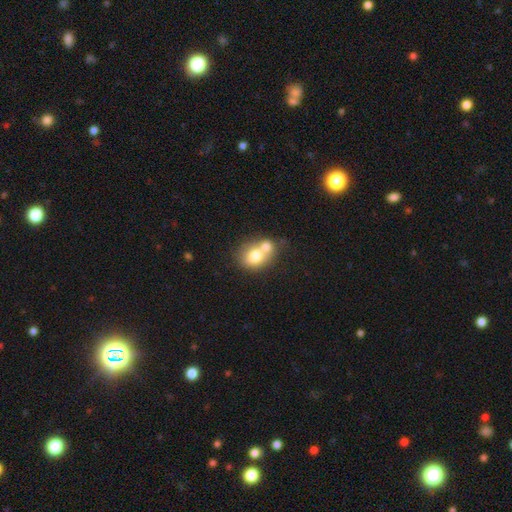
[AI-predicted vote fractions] smooth 72%, featured or disk 19%, star or artifact 9%. Down the decision tree: how rounded — round (57%); merging — merger (62%).